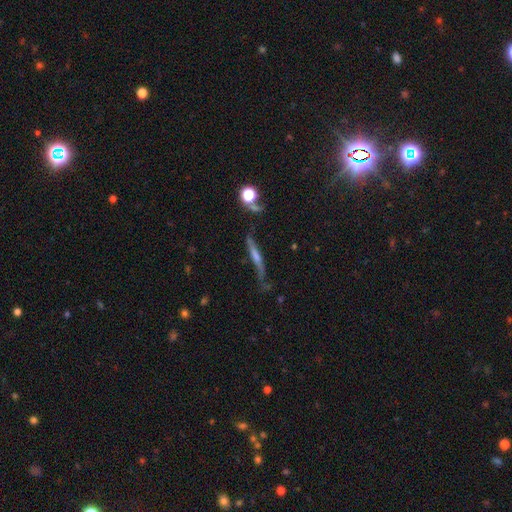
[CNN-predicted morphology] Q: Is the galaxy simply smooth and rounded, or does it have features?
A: featured or disk — 62%.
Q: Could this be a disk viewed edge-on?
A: yes — 81%.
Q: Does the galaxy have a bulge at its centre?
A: rounded — 44%.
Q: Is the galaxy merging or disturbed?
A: none — 58%.